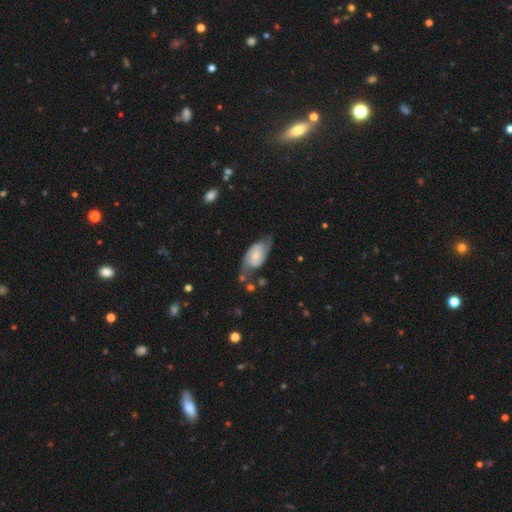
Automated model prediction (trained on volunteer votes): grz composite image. It shows a featured or disk galaxy (60%) with no bar (66%), spiral arms (87%) and a small central bulge (62%). Merging: none (55%).